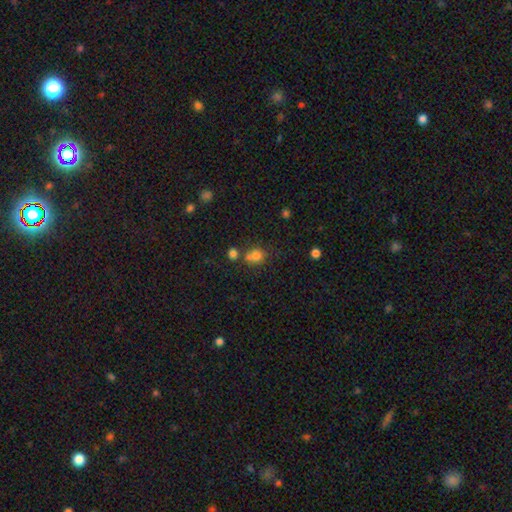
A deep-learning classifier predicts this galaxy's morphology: A smooth galaxy with no disk features (76%) that is round (61%). Merging: none (50%).